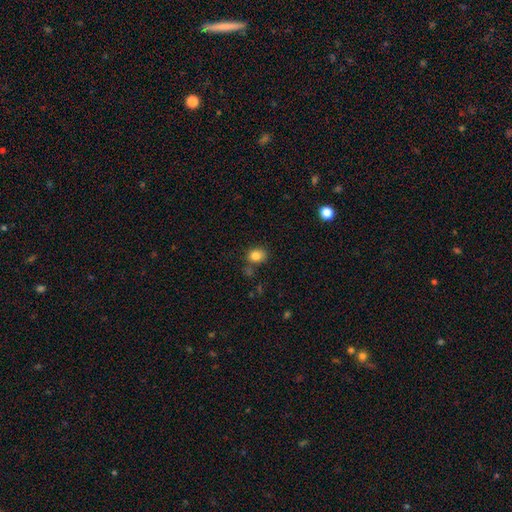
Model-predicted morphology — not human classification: A smooth galaxy with no disk features (83%) that is round (57%). Merging: none (69%).